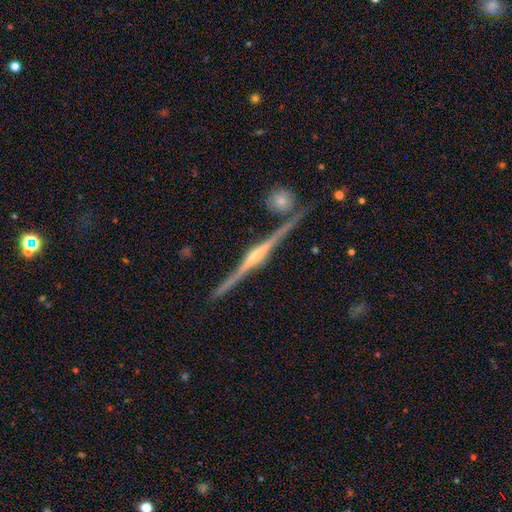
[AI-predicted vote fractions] A featured or disk galaxy (86%) viewed edge-on (98%) with a rounded central bulge (66%).

Vote fractions:
- Smooth or featured? featured or disk: 86% / smooth: 8% / star or artifact: 6%
- Edge-on disk? yes: 98% / no: 2%
- Edge-on bulge? rounded: 66% / boxy: 18% / none: 16%
- Merging? none: 85% / minor disturbance: 9% / merger: 4% / major disturbance: 2%